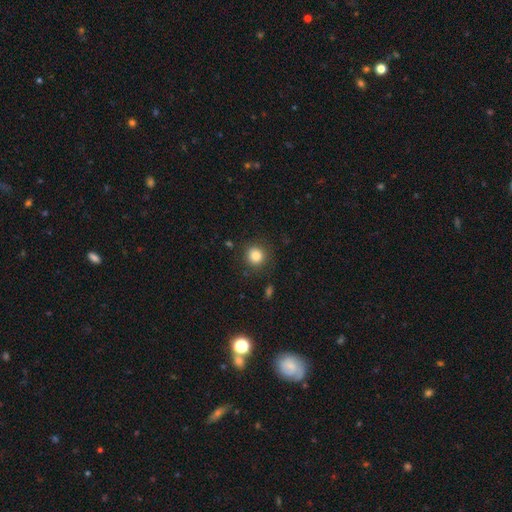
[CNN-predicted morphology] Smooth or featured: smooth — 84% (star or artifact — 11%)
How rounded: round — 91% (in between — 8%)
Merging: none — 85% (minor disturbance — 9%)